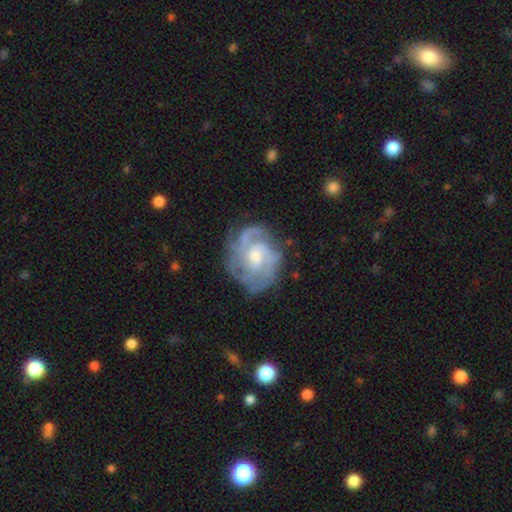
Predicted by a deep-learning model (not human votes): Morphology: type=featured or disk (88%); edge-on=no (98%); bar=no (56%); spiral arms=yes (96%); winding=tight (58%); arm count=3 (33%); bulge=moderate (54%); merging=none (70%).